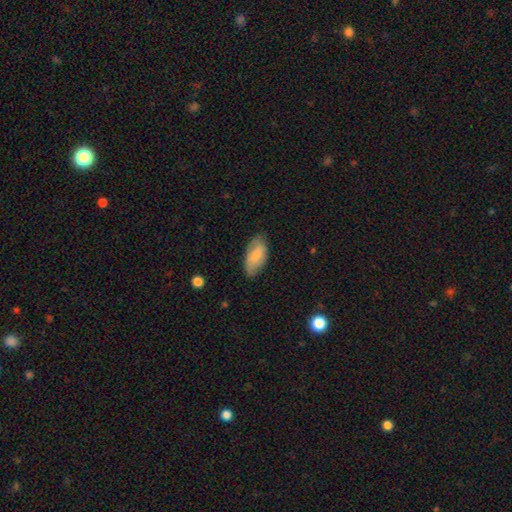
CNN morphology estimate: The model was most divided on "merging": none: 74%, minor disturbance: 21%, major disturbance: 4%, merger: 1%. More confident: how rounded — in between (93%); smooth or featured — smooth (77%).